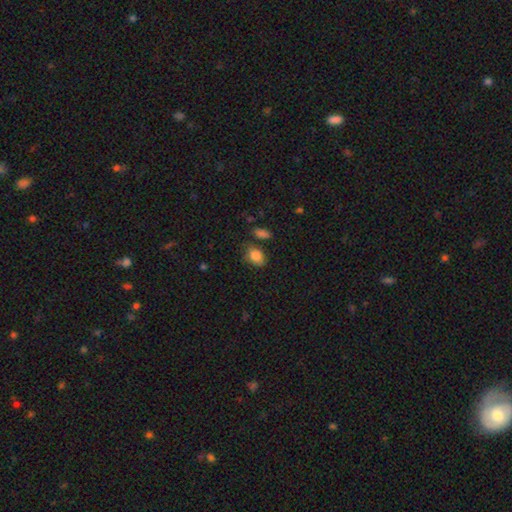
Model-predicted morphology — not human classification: smooth_or_featured: smooth (p=0.85) [alt: star or artifact p=0.09]
how_rounded: in between (p=0.78) [alt: round p=0.20]
merging: none (p=0.67) [alt: minor disturbance p=0.21]